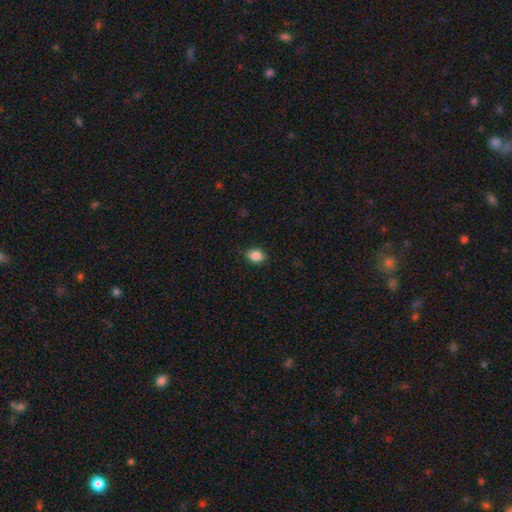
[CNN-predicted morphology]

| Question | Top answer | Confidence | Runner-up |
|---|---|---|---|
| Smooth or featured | smooth | 86% | star or artifact (9%) |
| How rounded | in between | 63% | round (36%) |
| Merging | none | 82% | minor disturbance (15%) |